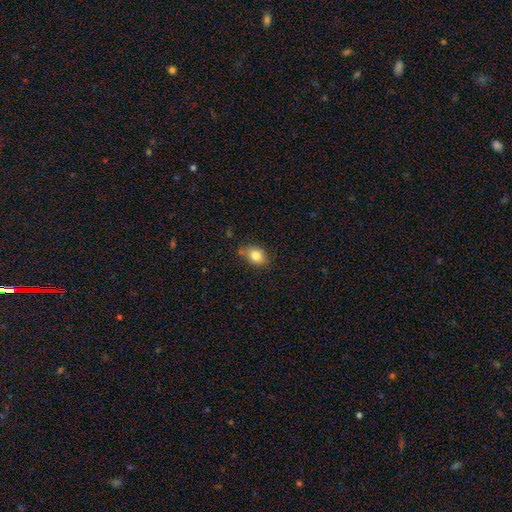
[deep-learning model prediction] smooth_or_featured: smooth (p=0.82) [alt: star or artifact p=0.09]
how_rounded: in between (p=0.62) [alt: round p=0.37]
merging: none (p=0.73) [alt: minor disturbance p=0.20]